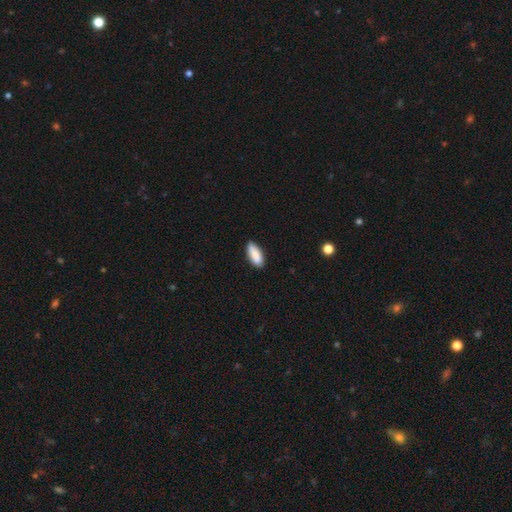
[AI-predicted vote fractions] This appears to be a smooth galaxy with no disk features (88%) that is in between round and cigar-shaped (79%). Merging: none (85%).